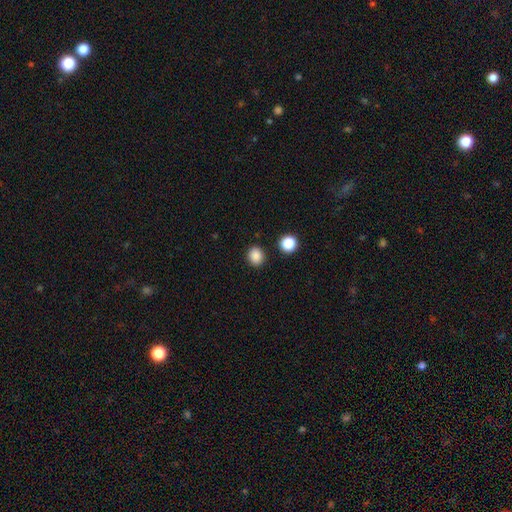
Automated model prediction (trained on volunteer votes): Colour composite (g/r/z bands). It shows a smooth galaxy with no disk features (86%) that is round (74%). Merging: none (88%).